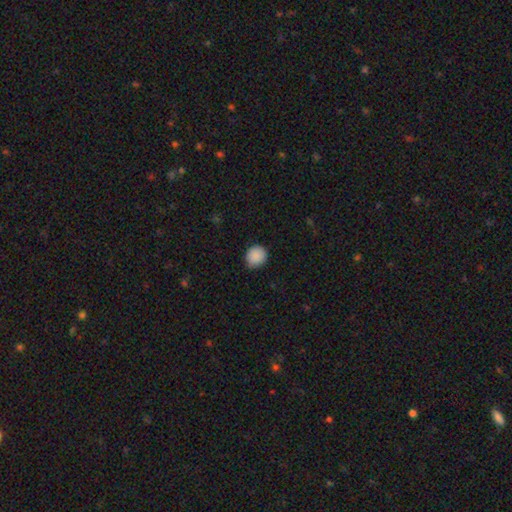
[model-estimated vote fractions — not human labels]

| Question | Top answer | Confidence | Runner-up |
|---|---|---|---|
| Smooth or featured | smooth | 89% | star or artifact (8%) |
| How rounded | round | 84% | in between (15%) |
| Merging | none | 83% | minor disturbance (14%) |